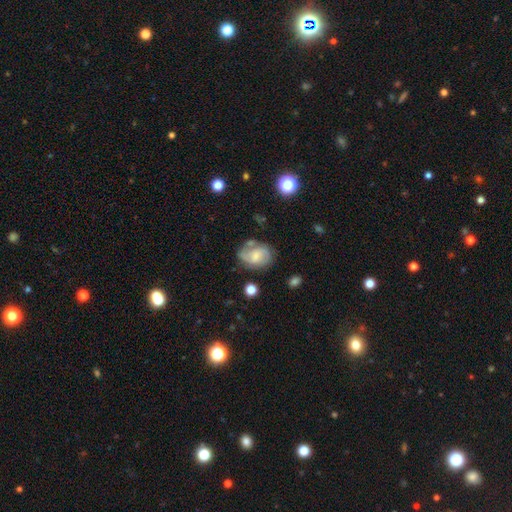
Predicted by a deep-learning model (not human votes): smooth_or_featured: featured or disk (p=0.49) [alt: smooth p=0.42]
merging: none (p=0.51) [alt: minor disturbance p=0.26]